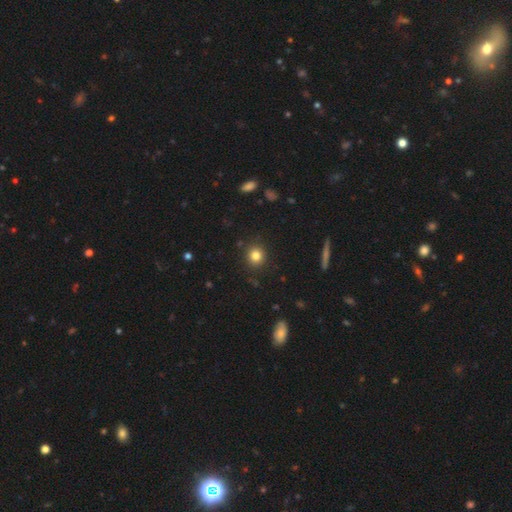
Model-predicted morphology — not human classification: smooth-or-featured: smooth: 81% | star or artifact: 12% | featured or disk: 7%
  how-rounded: round: 89% | in between: 10% | cigar-shaped: 1%
  merging: none: 90% | minor disturbance: 6% | major disturbance: 2% | merger: 1%